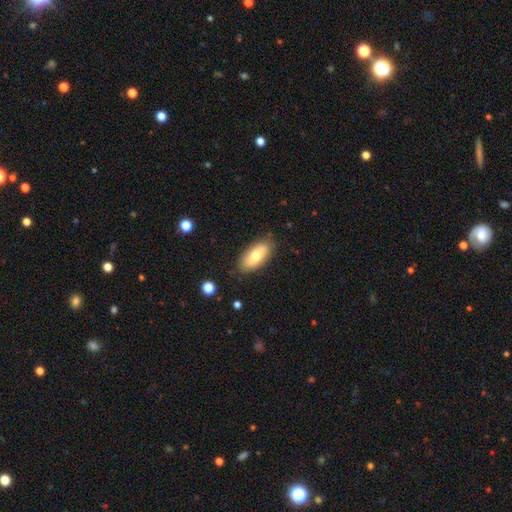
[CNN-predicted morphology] Smooth or featured?
  - smooth: 70% *
  - featured or disk: 24%
  - star or artifact: 6%
How rounded?
  - in between: 89% *
  - cigar-shaped: 8%
  - round: 3%
Merging?
  - none: 84% *
  - minor disturbance: 12%
  - major disturbance: 3%
  - merger: 1%